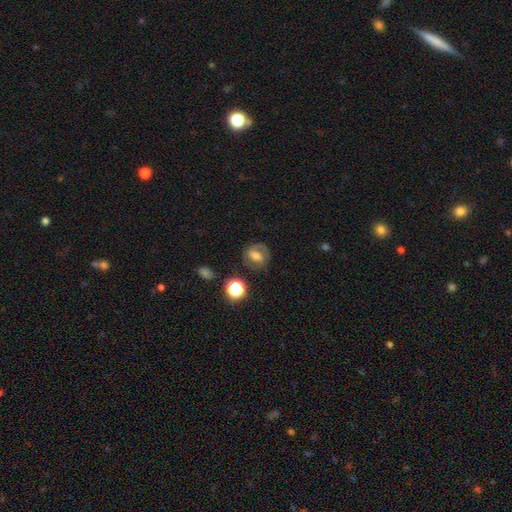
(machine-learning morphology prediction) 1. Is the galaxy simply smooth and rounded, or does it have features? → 51% featured or disk, 36% smooth, 12% star or artifact.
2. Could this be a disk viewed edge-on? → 96% no, 4% yes.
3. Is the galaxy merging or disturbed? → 71% none, 17% minor disturbance, 9% major disturbance, 3% merger.